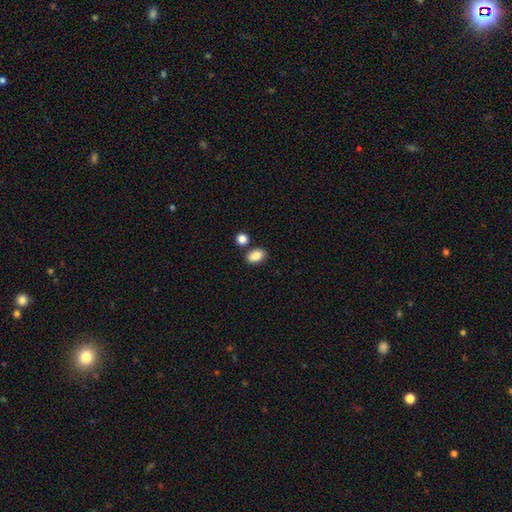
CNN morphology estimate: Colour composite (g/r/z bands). It shows a smooth galaxy with no disk features (88%) that is in between round and cigar-shaped (84%). Merging: none (76%).